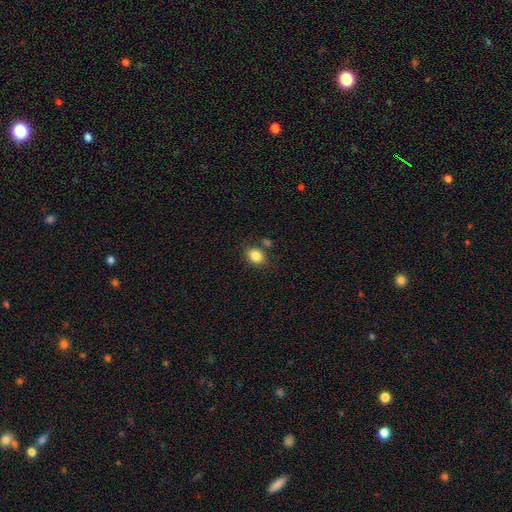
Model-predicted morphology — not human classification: The model was most divided on "how rounded": in between: 51%, round: 48%, cigar-shaped: 1%. More confident: smooth or featured — smooth (84%); merging — none (77%).